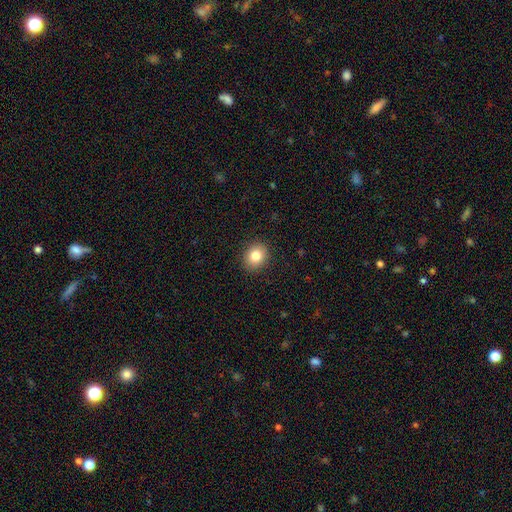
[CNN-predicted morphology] Smooth or featured?
  - smooth: 83% *
  - star or artifact: 10%
  - featured or disk: 8%
How rounded?
  - round: 66% *
  - in between: 33%
  - cigar-shaped: 1%
Merging?
  - none: 90% *
  - minor disturbance: 7%
  - major disturbance: 2%
  - merger: 1%